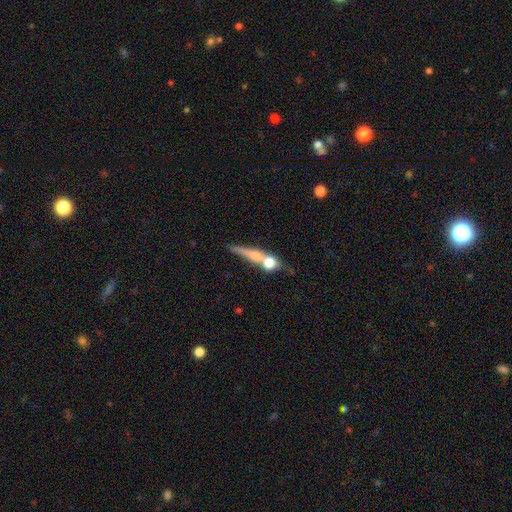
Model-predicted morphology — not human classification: smooth 49%, featured or disk 41%, star or artifact 10%. Down the decision tree: merging — merger (44%).